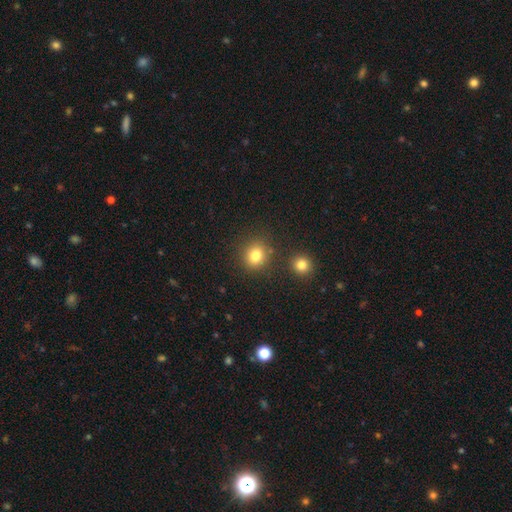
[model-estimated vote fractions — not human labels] smooth_or_featured: smooth (p=0.81) [alt: star or artifact p=0.13]
how_rounded: round (p=0.85) [alt: in between p=0.14]
merging: none (p=0.83) [alt: minor disturbance p=0.08]